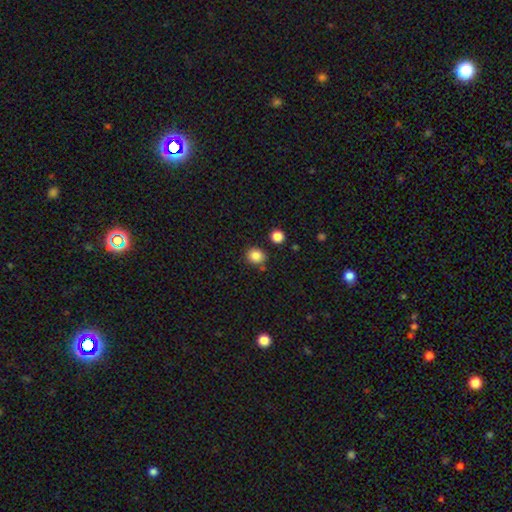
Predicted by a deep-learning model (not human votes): Smooth or featured?
  - smooth: 85% *
  - star or artifact: 10%
  - featured or disk: 5%
How rounded?
  - round: 76% *
  - in between: 23%
  - cigar-shaped: 1%
Merging?
  - none: 80% *
  - minor disturbance: 11%
  - merger: 6%
  - major disturbance: 3%